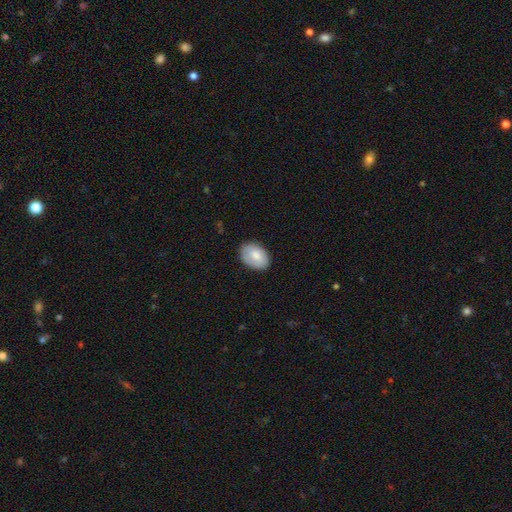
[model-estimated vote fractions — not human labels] Overall: smooth (78%). How rounded: in between (86%). Merging: none (80%).